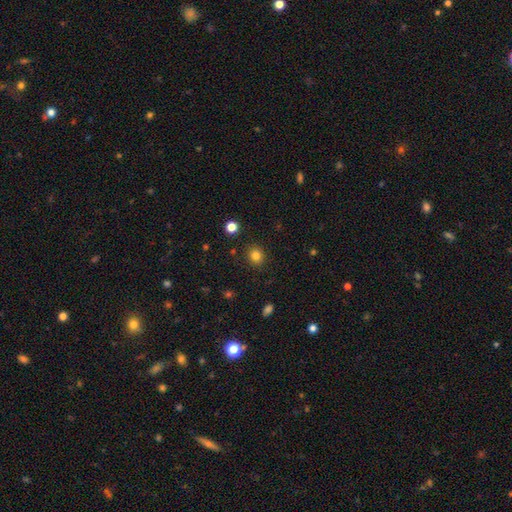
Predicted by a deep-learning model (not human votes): This appears to be a smooth galaxy with no disk features (81%) that is round (77%). Merging: none (89%).